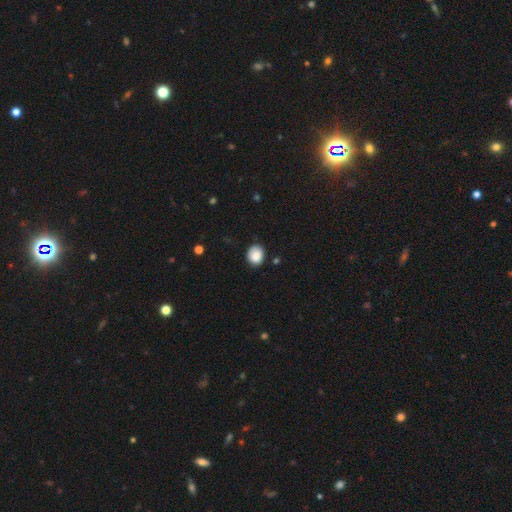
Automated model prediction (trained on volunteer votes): smooth_or_featured: smooth (p=0.86) [alt: star or artifact p=0.08]
how_rounded: round (p=0.57) [alt: in between p=0.42]
merging: none (p=0.78) [alt: minor disturbance p=0.17]